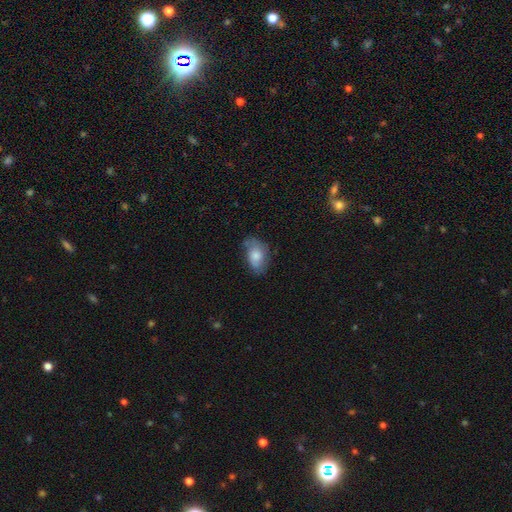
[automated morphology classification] This appears to be a smooth galaxy with no disk features (68%) that is in between round and cigar-shaped (87%). Merging: none (55%).